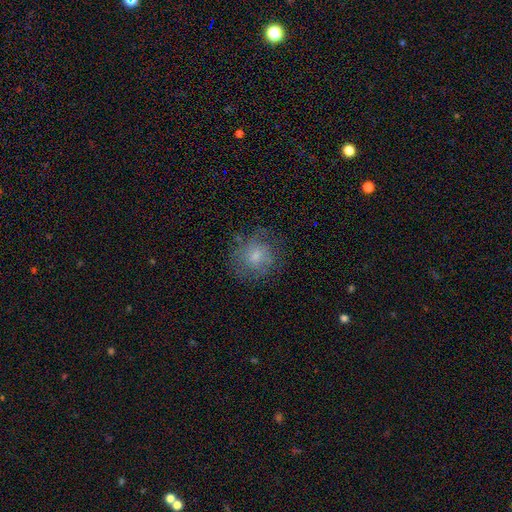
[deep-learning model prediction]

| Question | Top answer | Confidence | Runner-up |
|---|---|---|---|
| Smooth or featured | smooth | 56% | featured or disk (30%) |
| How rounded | round | 83% | in between (16%) |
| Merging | none | 72% | minor disturbance (18%) |